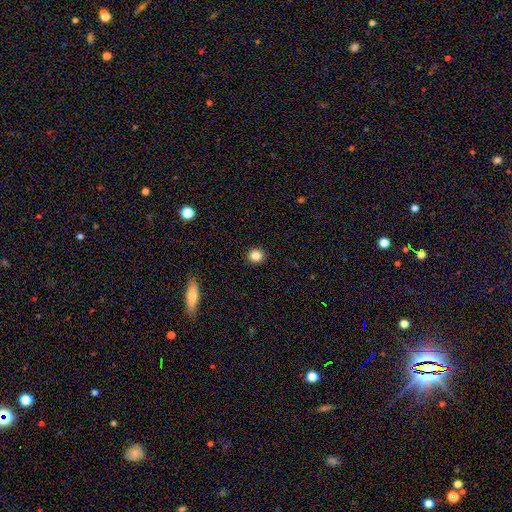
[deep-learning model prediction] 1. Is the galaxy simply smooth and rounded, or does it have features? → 85% smooth, 11% star or artifact, 4% featured or disk.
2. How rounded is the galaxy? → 90% round, 9% in between, 1% cigar-shaped.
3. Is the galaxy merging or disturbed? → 92% none, 5% minor disturbance, 2% major disturbance, 1% merger.